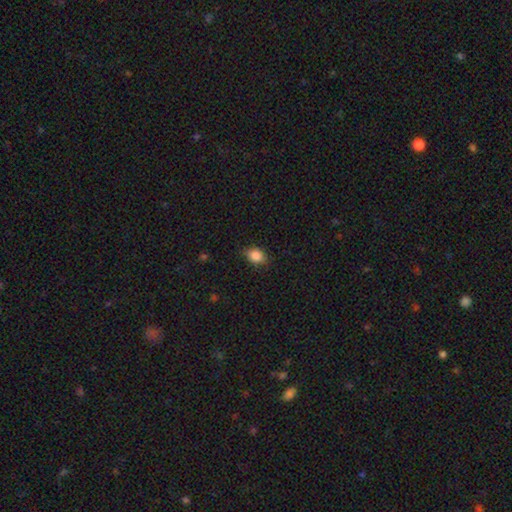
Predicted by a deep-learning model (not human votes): Smooth or featured? Predicted: smooth (p=0.85). How rounded? Predicted: in between (p=0.66). Merging? Predicted: none (p=0.77).